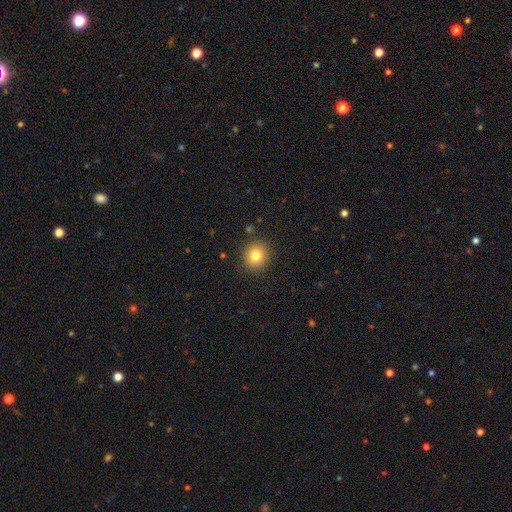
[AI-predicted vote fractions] This appears to be a smooth galaxy with no disk features (81%) that is round (88%). Merging: none (89%).